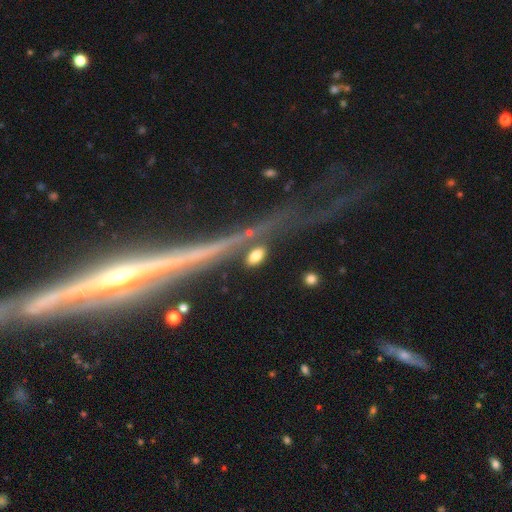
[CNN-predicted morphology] This is likely a smooth galaxy (74%). How rounded: clearly in between (83%). Merging: likely none (66%).